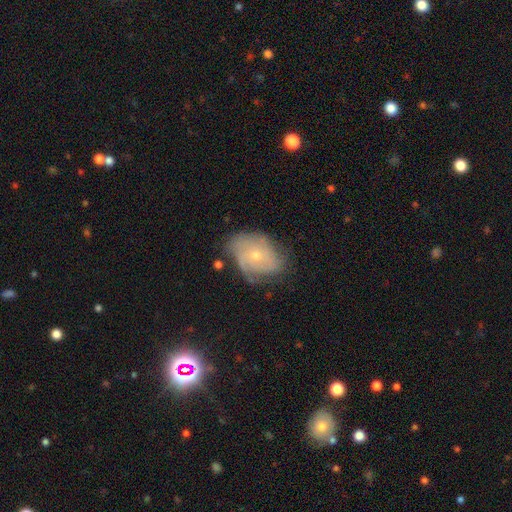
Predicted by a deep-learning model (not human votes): A featured or disk galaxy (64%) with no bar (81%), tight (52%) spiral arms (82%) and a small central bulge (64%). Merging: none (56%).